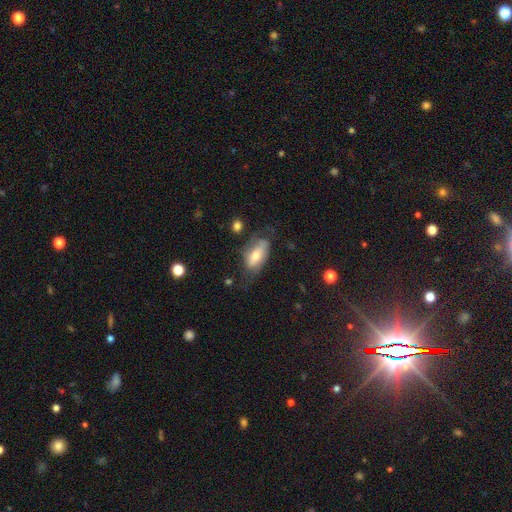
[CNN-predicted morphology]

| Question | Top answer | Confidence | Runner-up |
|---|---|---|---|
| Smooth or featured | smooth | 57% | featured or disk (36%) |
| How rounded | in between | 88% | cigar-shaped (8%) |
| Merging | none | 50% | minor disturbance (28%) |